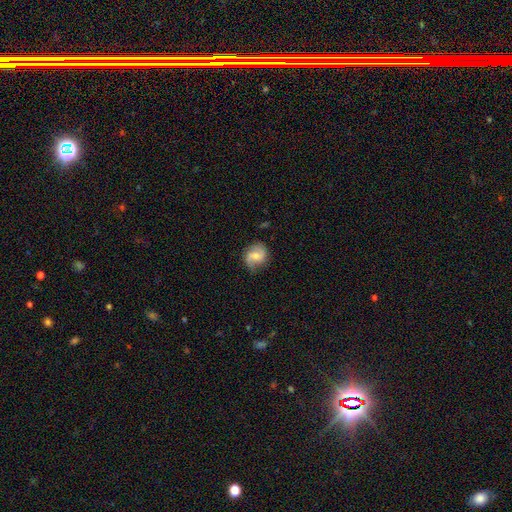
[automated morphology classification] featured or disk 66%, smooth 27%, star or artifact 7%. Down the decision tree: edge-on disk — no (98%); bar — no (51%); spiral arms — yes (93%); spiral arm count — 2 (85%); spiral winding — medium (43%); bulge size — moderate (46%); merging — none (74%).